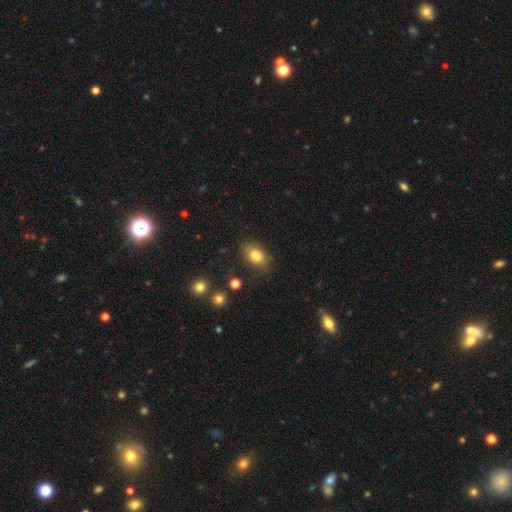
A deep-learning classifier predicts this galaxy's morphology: smooth 81%, featured or disk 10%, star or artifact 9%. Down the decision tree: how rounded — in between (84%); merging — none (78%).